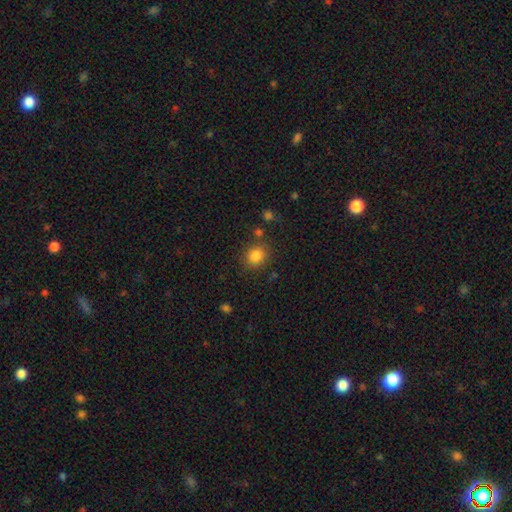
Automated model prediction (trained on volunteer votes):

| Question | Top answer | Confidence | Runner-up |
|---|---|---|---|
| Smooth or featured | smooth | 84% | star or artifact (11%) |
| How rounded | round | 72% | in between (27%) |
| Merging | none | 82% | minor disturbance (10%) |